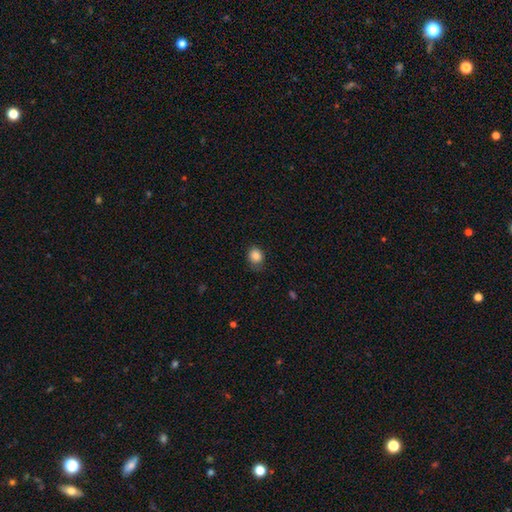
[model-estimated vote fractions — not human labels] A smooth galaxy with no disk features (85%) that is round (67%). Merging: none (73%).